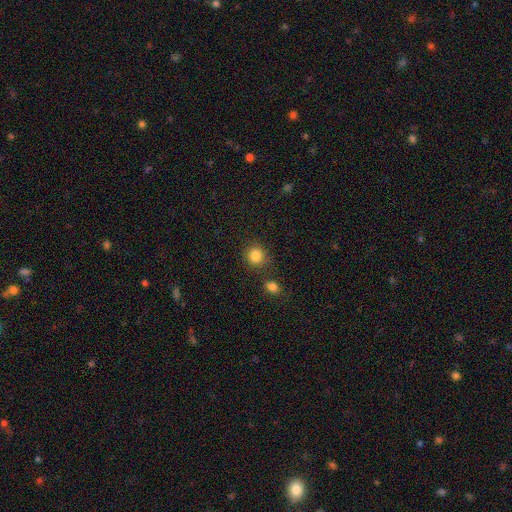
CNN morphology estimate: Smooth or featured?
  - smooth: 84% *
  - star or artifact: 11%
  - featured or disk: 5%
How rounded?
  - round: 87% *
  - in between: 12%
  - cigar-shaped: 1%
Merging?
  - none: 79% *
  - minor disturbance: 10%
  - merger: 8%
  - major disturbance: 3%